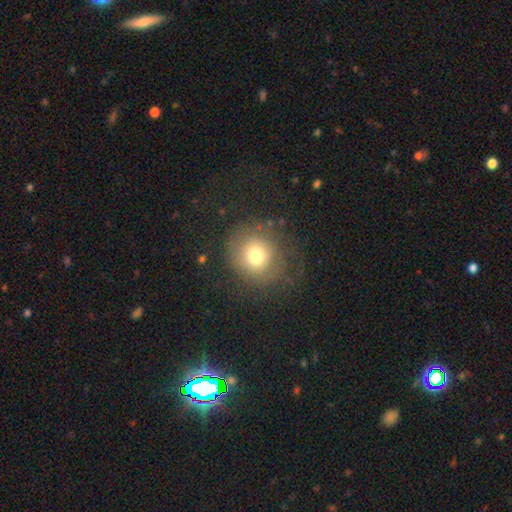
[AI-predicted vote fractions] A smooth galaxy with no disk features (71%) that is round (86%). Merging: none (69%).